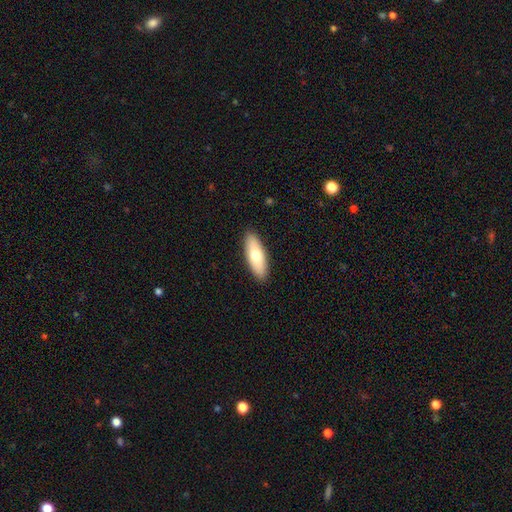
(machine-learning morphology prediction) Smooth or featured? smooth (71%)
How rounded? in between (64%)
Merging? none (90%)